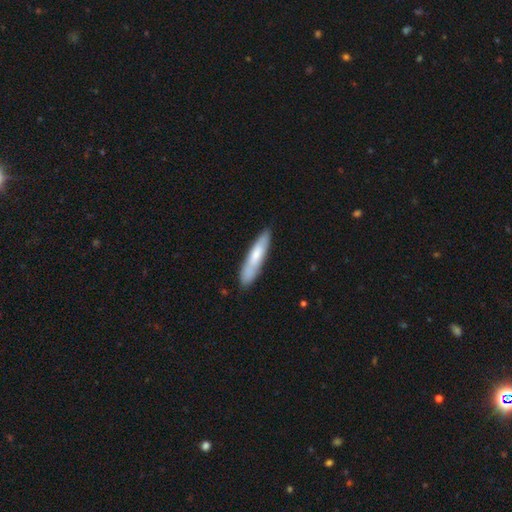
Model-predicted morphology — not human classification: A smooth galaxy with no disk features (66%) that is cigar-shaped (83%).

Vote fractions:
- Smooth or featured? smooth: 66% / featured or disk: 29% / star or artifact: 5%
- How rounded? cigar-shaped: 83% / in between: 16% / round: 1%
- Merging? none: 80% / minor disturbance: 14% / merger: 3% / major disturbance: 3%